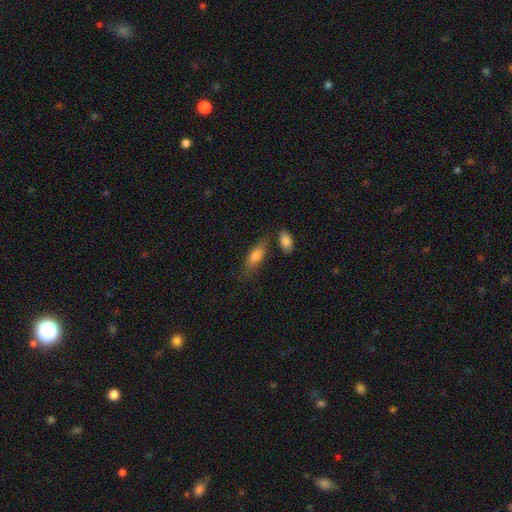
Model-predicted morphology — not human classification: A smooth galaxy with no disk features (74%) that is in between round and cigar-shaped (65%). Merging: none (66%).